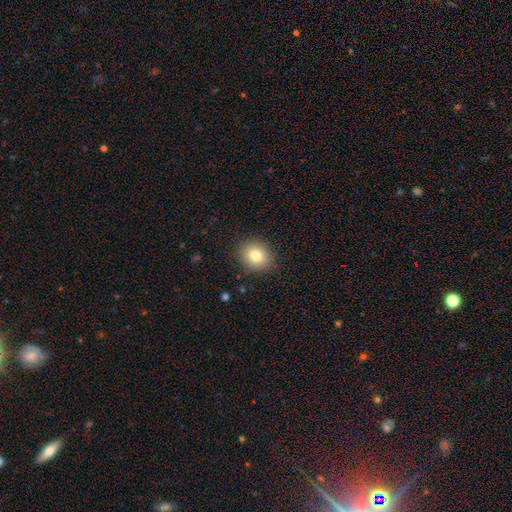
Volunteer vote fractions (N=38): Overall: smooth (82%). How rounded: round (77%). Merging: none (89%).